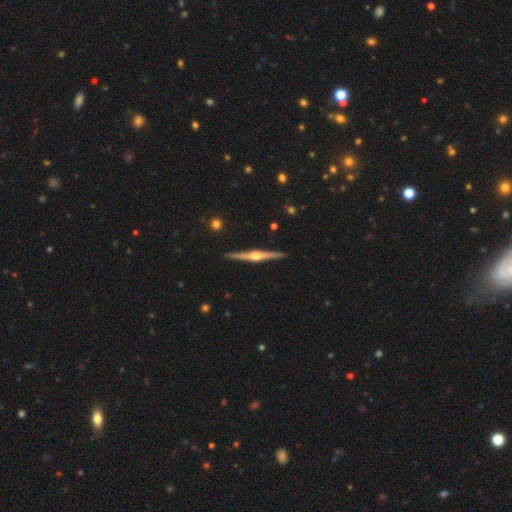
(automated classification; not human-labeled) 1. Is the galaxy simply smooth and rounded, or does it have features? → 83% featured or disk, 12% smooth, 5% star or artifact.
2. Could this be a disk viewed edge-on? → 99% yes, 1% no.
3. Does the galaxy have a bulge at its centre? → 92% rounded, 5% boxy, 3% none.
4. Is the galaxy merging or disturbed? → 91% none, 6% minor disturbance, 1% merger, 1% major disturbance.